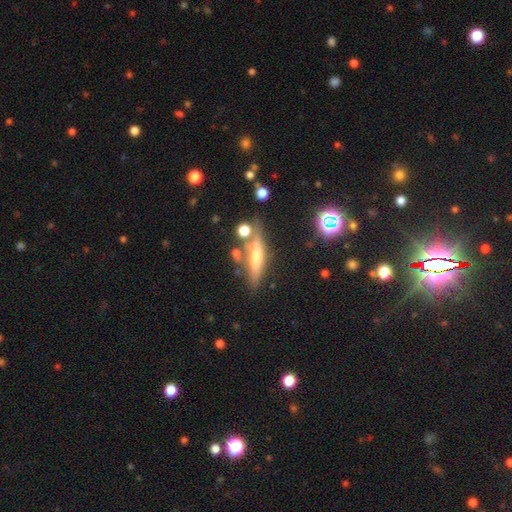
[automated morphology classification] Smooth or featured?
  - featured or disk: 45% *
  - smooth: 44%
  - star or artifact: 11%
Merging?
  - none: 60% *
  - minor disturbance: 18%
  - merger: 15%
  - major disturbance: 8%